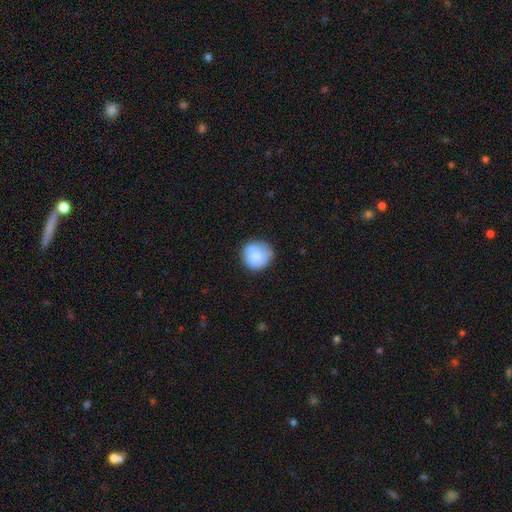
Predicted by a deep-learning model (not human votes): Smooth or featured? smooth (81%)
How rounded? round (92%)
Merging? none (77%)